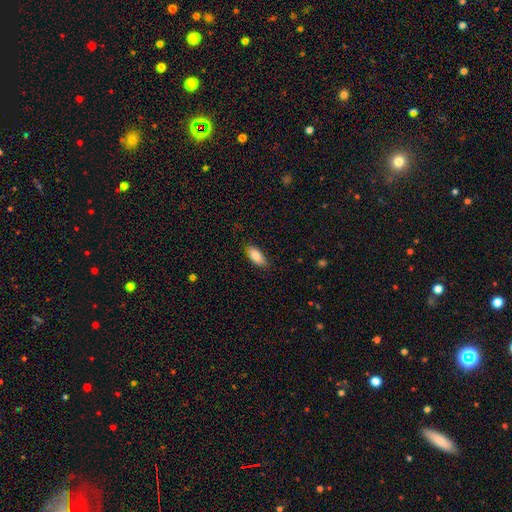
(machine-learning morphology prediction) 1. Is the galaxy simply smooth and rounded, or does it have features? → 85% smooth, 8% featured or disk, 6% star or artifact.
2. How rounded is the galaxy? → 87% in between, 11% cigar-shaped, 2% round.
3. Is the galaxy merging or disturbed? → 82% none, 14% minor disturbance, 3% major disturbance, 1% merger.